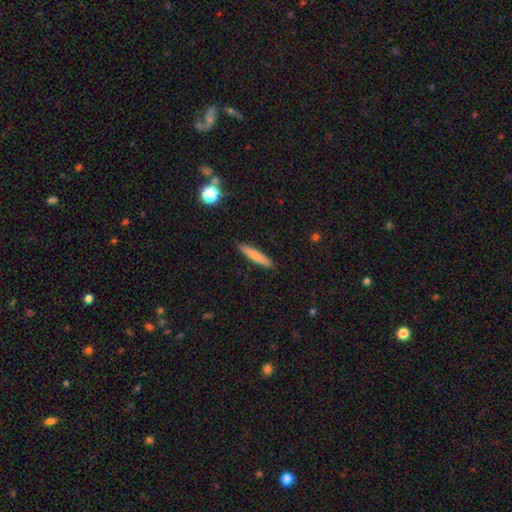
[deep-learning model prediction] Morphology: type=smooth (76%); roundness=cigar-shaped (90%); merging=none (90%).